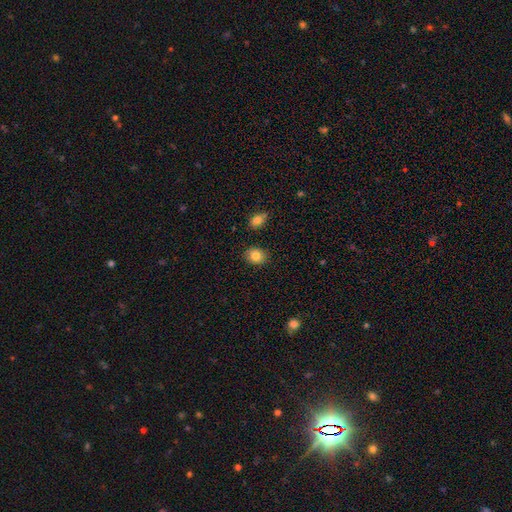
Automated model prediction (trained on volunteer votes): Smooth or featured? Predicted: smooth (p=0.84). How rounded? Predicted: round (p=0.57). Merging? Predicted: none (p=0.87).